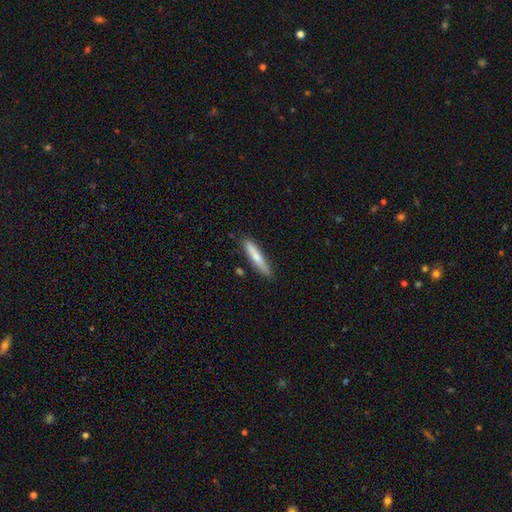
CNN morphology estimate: A smooth galaxy with no disk features (70%) that is cigar-shaped (90%). Merging: none (85%).